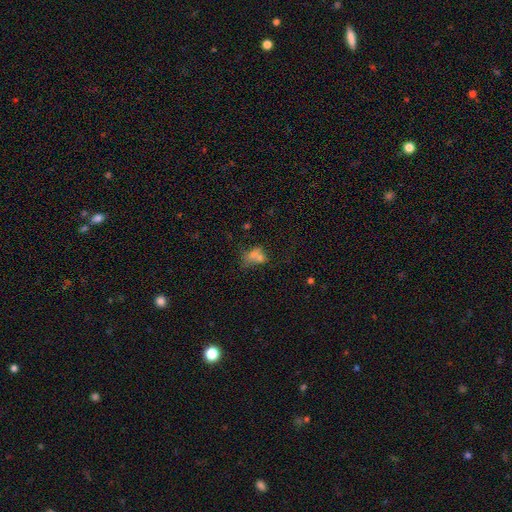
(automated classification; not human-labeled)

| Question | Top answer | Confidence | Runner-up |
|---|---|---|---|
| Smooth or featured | smooth | 61% | featured or disk (22%) |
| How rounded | in between | 65% | round (33%) |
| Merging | merger | 49% | none (25%) |